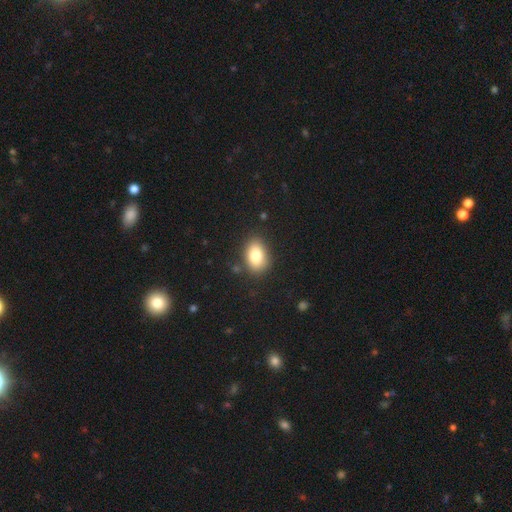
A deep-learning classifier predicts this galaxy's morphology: Q: Smooth or featured?
A: smooth (82%); runner-up: featured or disk (10%)
Q: How rounded?
A: in between (83%); runner-up: round (15%)
Q: Merging?
A: none (83%); runner-up: minor disturbance (11%)